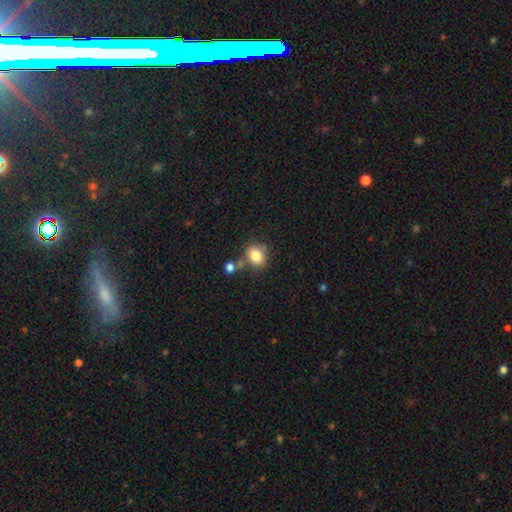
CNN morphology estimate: The model was most divided on "how rounded": round: 51%, in between: 48%, cigar-shaped: 1%. More confident: smooth or featured — smooth (82%); merging — none (63%).